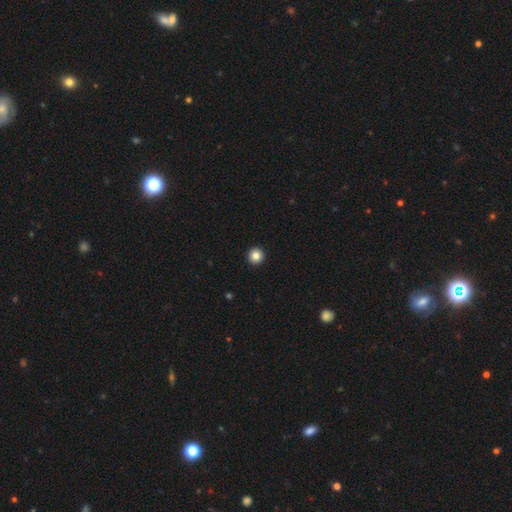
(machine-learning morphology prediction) The model was most divided on "smooth or featured": smooth: 85%, star or artifact: 10%, featured or disk: 5%. More confident: how rounded — round (95%); merging — none (94%).